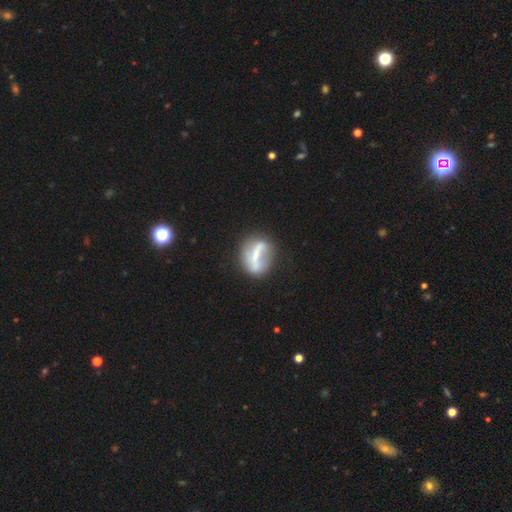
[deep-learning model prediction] Smooth or featured? featured or disk (57%)
Edge-on disk? no (88%)
Bar? strong (67%)
Spiral arms? no (69%)
Bulge size? none (44%)
Merging? none (58%)